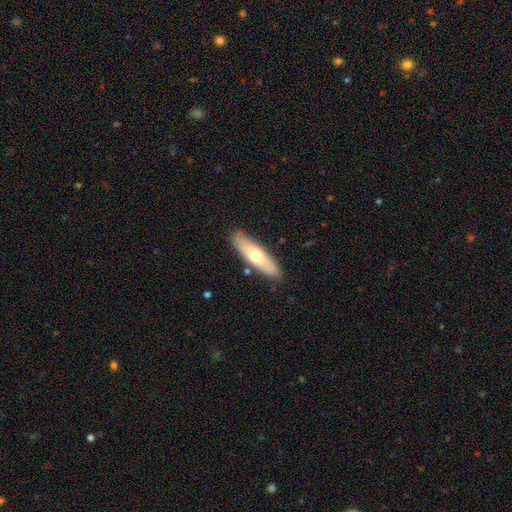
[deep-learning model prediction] smooth-or-featured: smooth: 60% | featured or disk: 35% | star or artifact: 6%
  how-rounded: cigar-shaped: 60% | in between: 38% | round: 2%
  merging: none: 87% | minor disturbance: 9% | major disturbance: 2% | merger: 2%